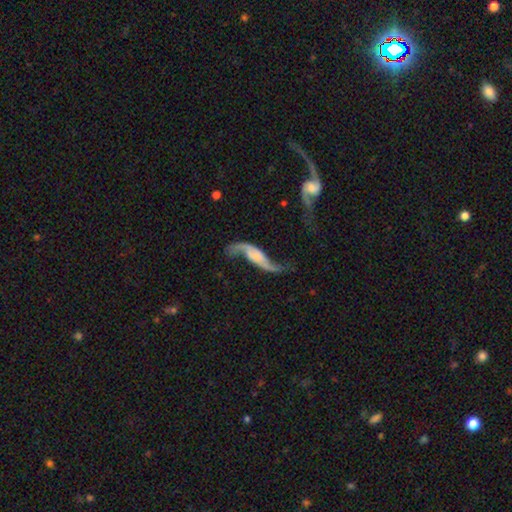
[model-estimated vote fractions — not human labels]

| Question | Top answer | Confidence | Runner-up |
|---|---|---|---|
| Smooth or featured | featured or disk | 84% | smooth (10%) |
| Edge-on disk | no | 89% | yes (11%) |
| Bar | no | 53% | weak (31%) |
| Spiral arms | yes | 94% | no (6%) |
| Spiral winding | loose | 92% | medium (6%) |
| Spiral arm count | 2 | 92% | 1 (3%) |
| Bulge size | none | 49% | small (28%) |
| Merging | none | 59% | minor disturbance (18%) |